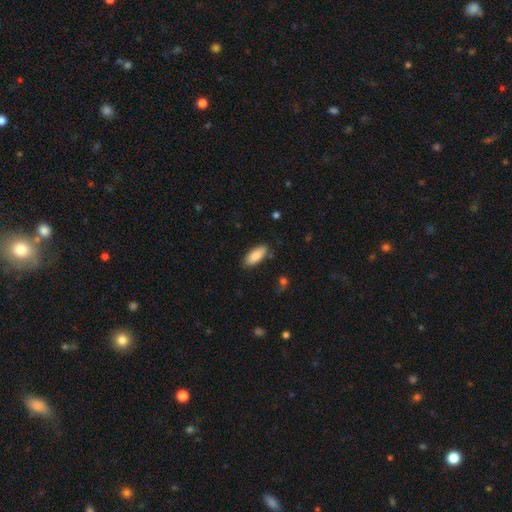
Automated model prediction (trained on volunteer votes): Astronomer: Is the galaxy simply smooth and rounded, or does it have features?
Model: smooth — 87%.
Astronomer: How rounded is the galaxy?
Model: in between — 84%.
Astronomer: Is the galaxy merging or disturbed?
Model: none — 84%.